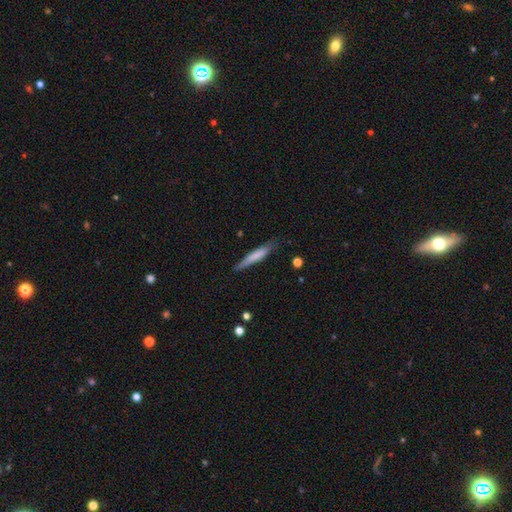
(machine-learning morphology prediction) This appears to be a smooth galaxy with no disk features (70%) that is cigar-shaped (93%). Merging: none (81%).